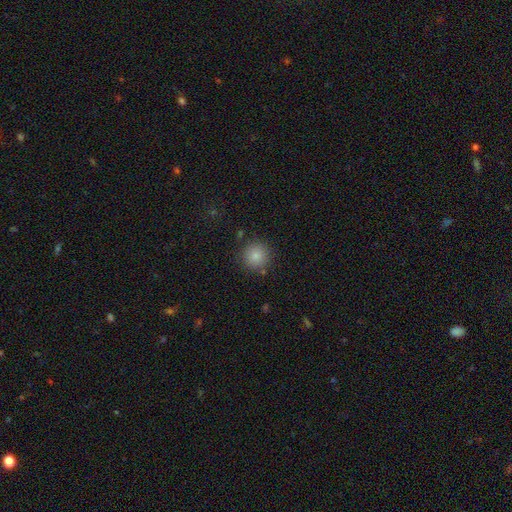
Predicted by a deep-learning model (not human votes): Overall: smooth (83%). How rounded: round (94%). Merging: none (86%).